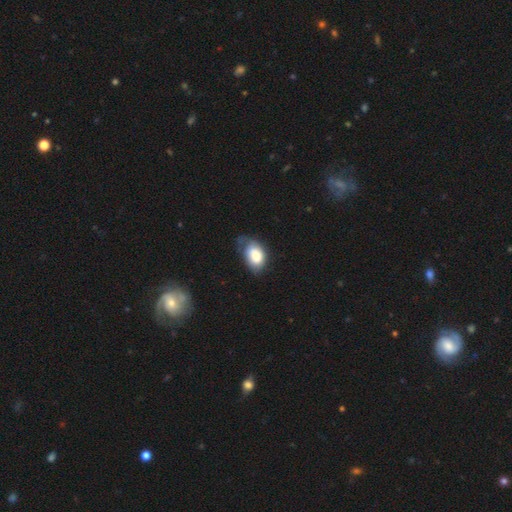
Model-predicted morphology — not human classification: type=smooth (74%); roundness=in between (86%); merging=minor disturbance (40%).